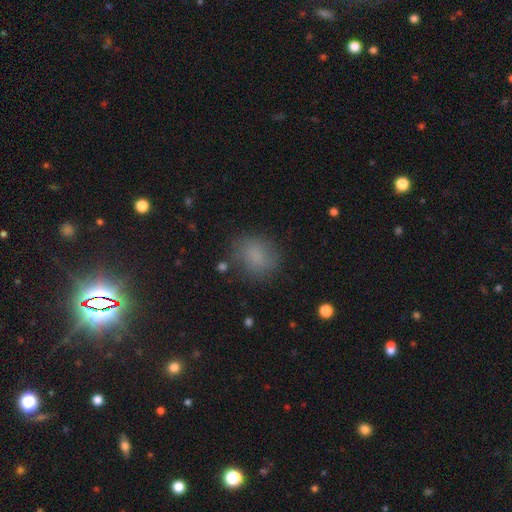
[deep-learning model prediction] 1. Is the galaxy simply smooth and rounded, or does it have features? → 79% smooth, 12% star or artifact, 9% featured or disk.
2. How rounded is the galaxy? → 60% round, 39% in between, 1% cigar-shaped.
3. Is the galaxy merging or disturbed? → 76% none, 16% minor disturbance, 5% major disturbance, 2% merger.